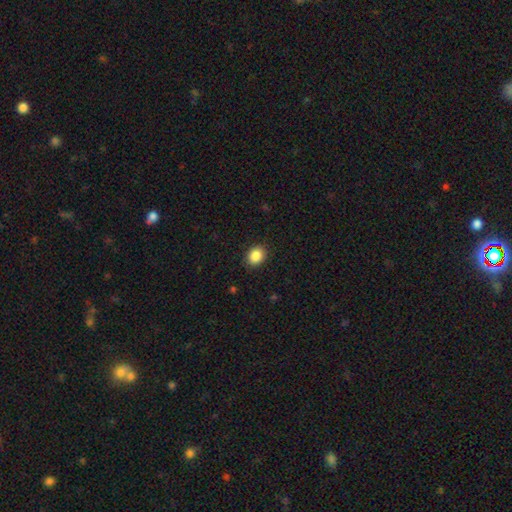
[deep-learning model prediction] smooth_or_featured: smooth (p=0.88) [alt: star or artifact p=0.09]
how_rounded: in between (p=0.54) [alt: round p=0.45]
merging: none (p=0.88) [alt: minor disturbance p=0.09]